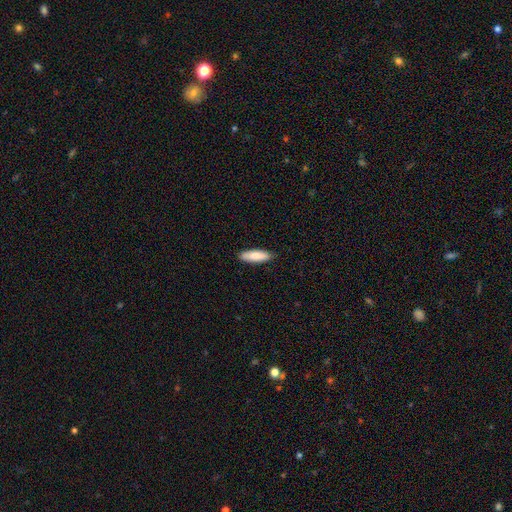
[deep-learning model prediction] Smooth or featured?
  - smooth: 84% *
  - featured or disk: 11%
  - star or artifact: 5%
How rounded?
  - cigar-shaped: 52% *
  - in between: 46%
  - round: 2%
Merging?
  - none: 87% *
  - minor disturbance: 10%
  - major disturbance: 2%
  - merger: 1%